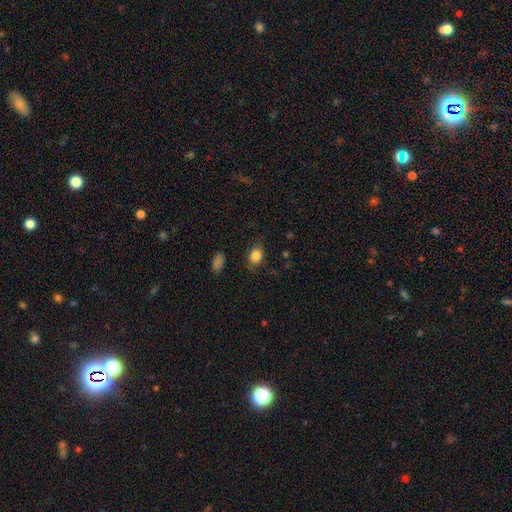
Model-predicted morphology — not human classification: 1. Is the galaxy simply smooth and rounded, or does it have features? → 85% smooth, 9% star or artifact, 6% featured or disk.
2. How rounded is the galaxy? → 58% in between, 41% round, 1% cigar-shaped.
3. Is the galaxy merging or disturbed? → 78% none, 16% minor disturbance, 4% major disturbance, 2% merger.